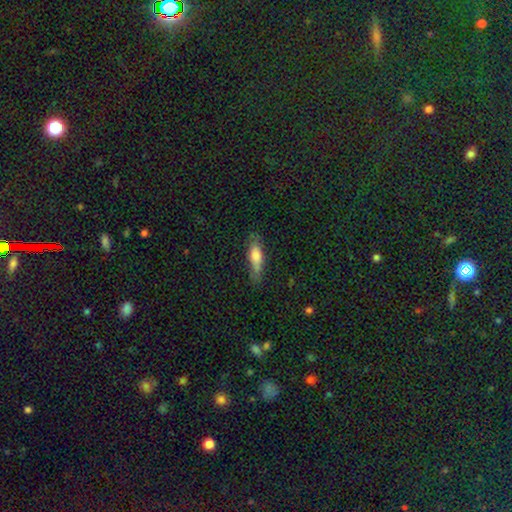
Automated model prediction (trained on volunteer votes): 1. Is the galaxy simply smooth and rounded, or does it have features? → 68% smooth, 24% featured or disk, 8% star or artifact.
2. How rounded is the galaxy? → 49% in between, 48% cigar-shaped, 3% round.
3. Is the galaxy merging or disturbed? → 66% none, 25% minor disturbance, 7% major disturbance, 2% merger.